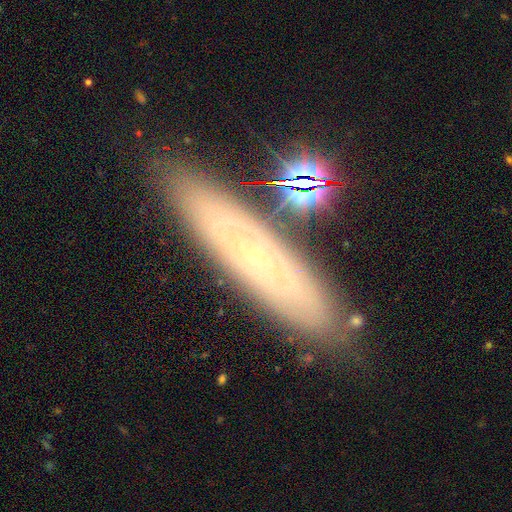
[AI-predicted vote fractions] Smooth or featured? featured or disk (61%)
Edge-on disk? no (54%)
Merging? none (84%)